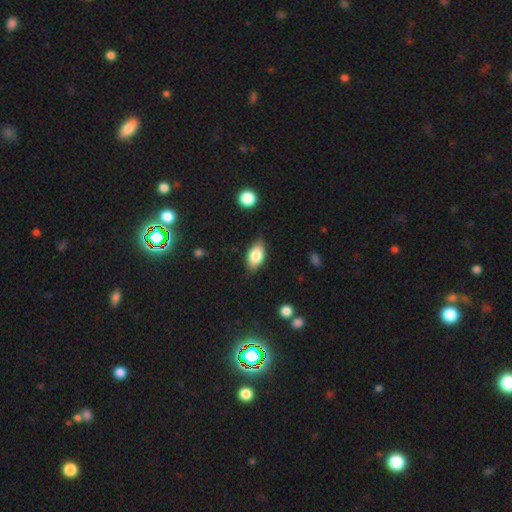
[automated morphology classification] Smooth or featured? Predicted: smooth (p=0.75). How rounded? Predicted: in between (p=0.89). Merging? Predicted: none (p=0.80).